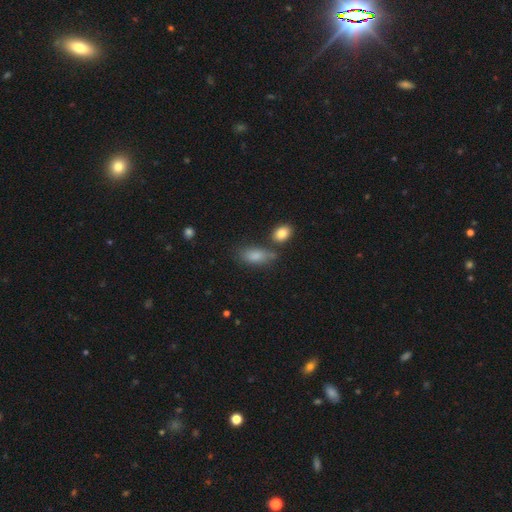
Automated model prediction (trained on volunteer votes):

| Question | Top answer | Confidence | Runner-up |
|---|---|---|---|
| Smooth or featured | smooth | 83% | star or artifact (9%) |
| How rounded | in between | 86% | cigar-shaped (8%) |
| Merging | none | 56% | minor disturbance (22%) |